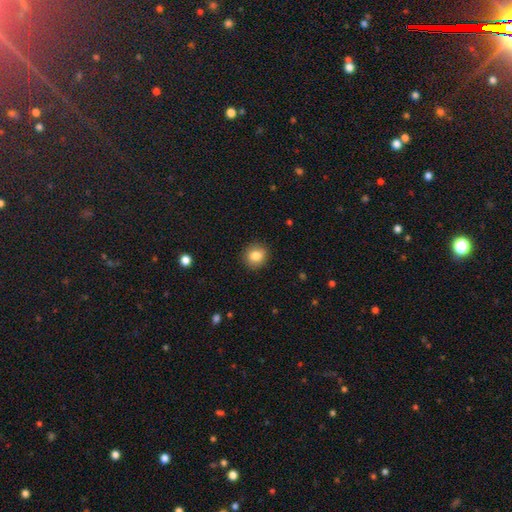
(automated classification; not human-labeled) smooth 84%, star or artifact 9%, featured or disk 7%. Down the decision tree: how rounded — round (87%); merging — none (91%).